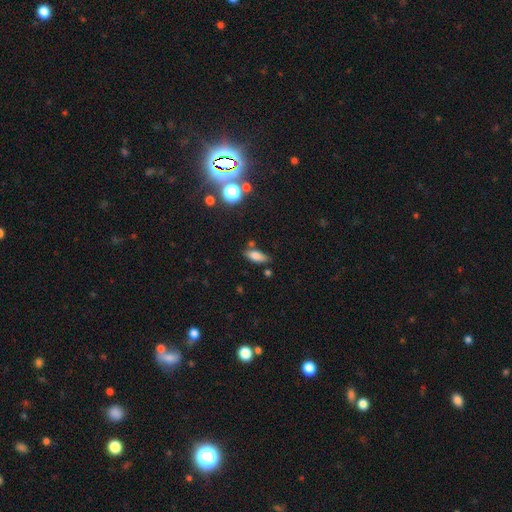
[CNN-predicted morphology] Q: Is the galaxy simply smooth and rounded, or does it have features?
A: smooth — 77%.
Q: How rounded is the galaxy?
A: in between — 75%.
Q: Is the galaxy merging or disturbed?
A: none — 73%.